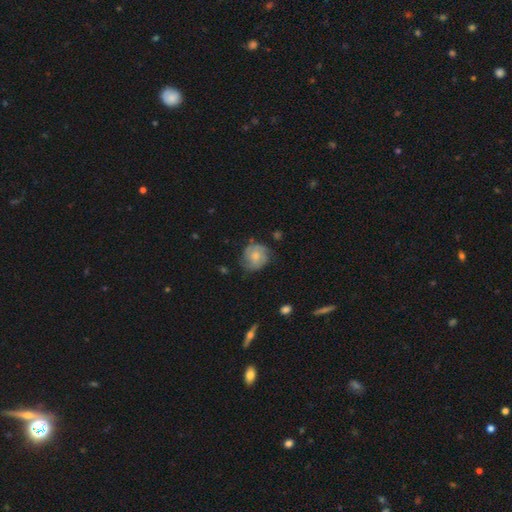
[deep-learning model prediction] The model was most divided on "smooth or featured": smooth: 47%, featured or disk: 45%, star or artifact: 7%. More confident: merging — none (61%).